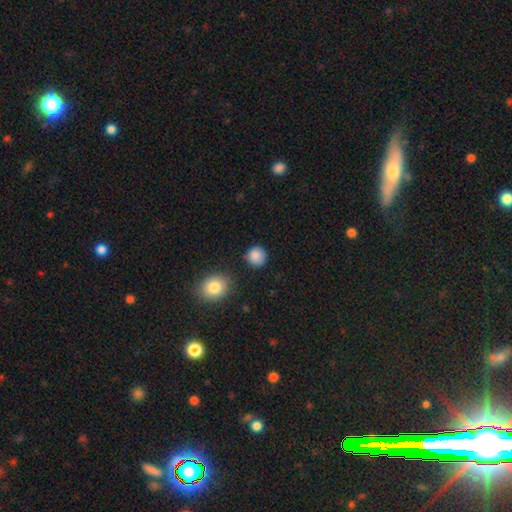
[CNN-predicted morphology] This appears to be a smooth galaxy with no disk features (88%) that is round (90%). Merging: none (85%).